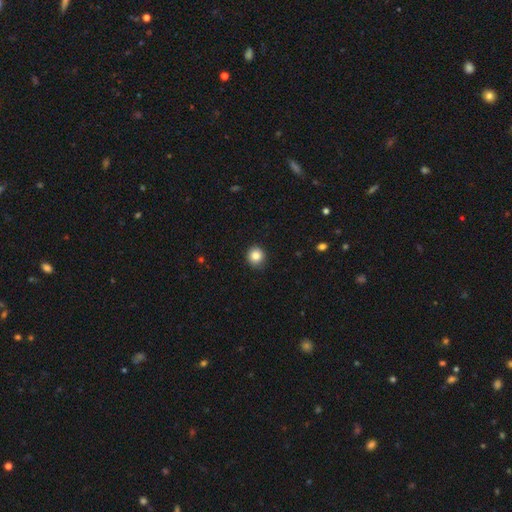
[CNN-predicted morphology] The model was most divided on "smooth or featured": smooth: 85%, star or artifact: 10%, featured or disk: 5%. More confident: how rounded — round (89%); merging — none (88%).